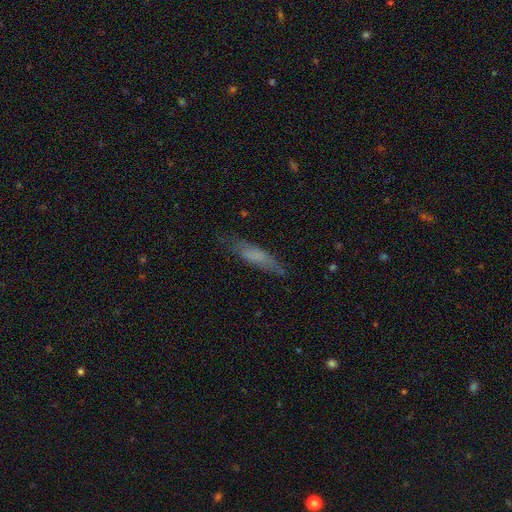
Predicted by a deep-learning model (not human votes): Q: Smooth or featured?
A: smooth (61%); runner-up: featured or disk (31%)
Q: How rounded?
A: cigar-shaped (76%); runner-up: in between (22%)
Q: Merging?
A: none (65%); runner-up: minor disturbance (25%)